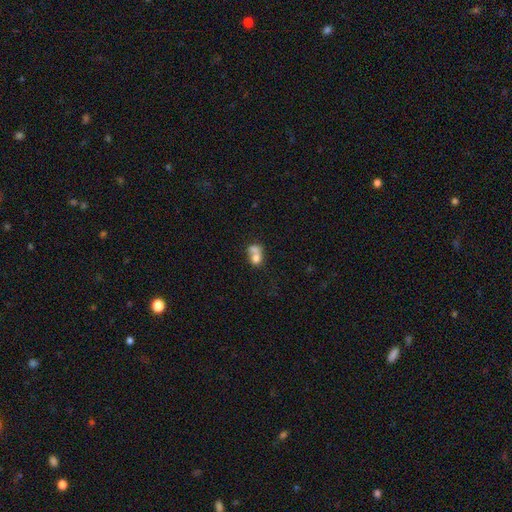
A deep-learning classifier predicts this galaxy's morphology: smooth 70%, featured or disk 20%, star or artifact 10%. Down the decision tree: how rounded — in between (50%); merging — merger (69%).